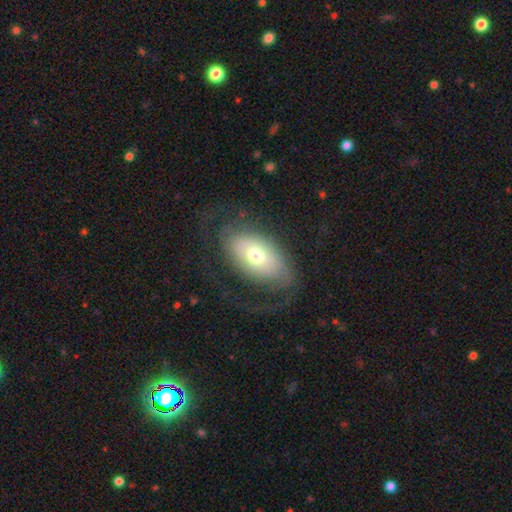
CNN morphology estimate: featured or disk 57%, smooth 36%, star or artifact 7%. Down the decision tree: edge-on disk — no (91%); bar — no (73%); spiral arms — yes (64%); bulge size — moderate (68%); merging — none (57%).